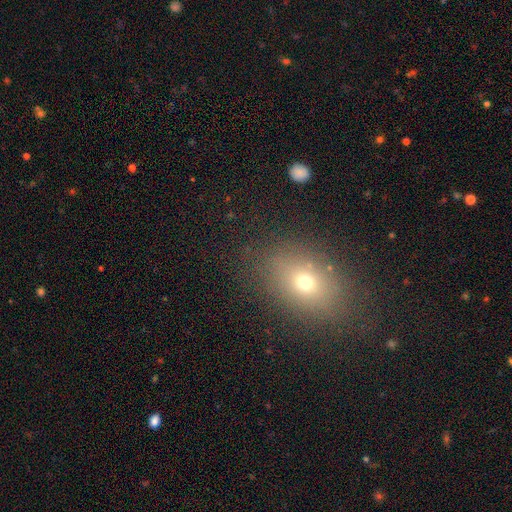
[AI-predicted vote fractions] smooth-or-featured: smooth: 64% | star or artifact: 23% | featured or disk: 13%
  how-rounded: in between: 71% | round: 26% | cigar-shaped: 2%
  merging: none: 87% | minor disturbance: 9% | major disturbance: 3% | merger: 1%